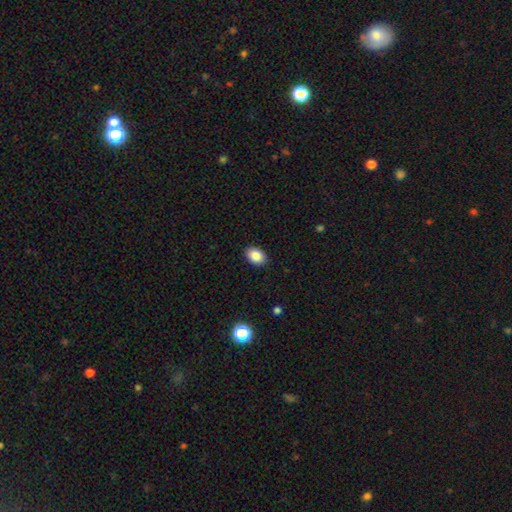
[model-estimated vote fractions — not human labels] smooth_or_featured: smooth (p=0.86) [alt: star or artifact p=0.08]
how_rounded: in between (p=0.79) [alt: round p=0.20]
merging: none (p=0.89) [alt: minor disturbance p=0.08]